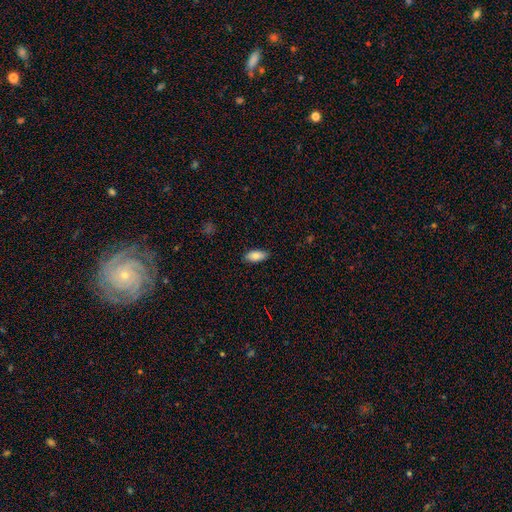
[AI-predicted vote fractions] smooth-or-featured: smooth: 82% | featured or disk: 11% | star or artifact: 7%
  how-rounded: in between: 88% | cigar-shaped: 9% | round: 2%
  merging: none: 86% | minor disturbance: 11% | major disturbance: 2% | merger: 1%